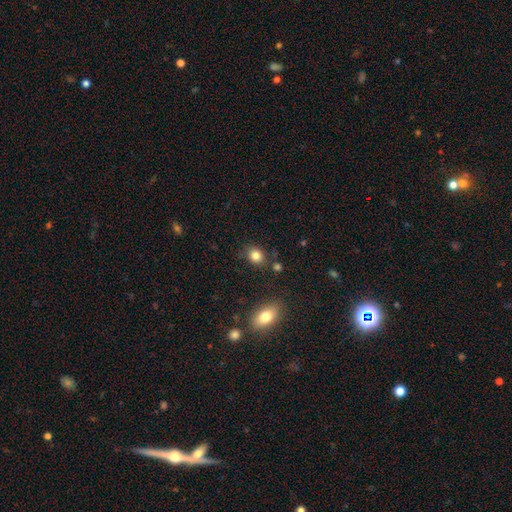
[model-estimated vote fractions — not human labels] Smooth or featured?
  - smooth: 84% *
  - star or artifact: 11%
  - featured or disk: 5%
How rounded?
  - round: 61% *
  - in between: 38%
  - cigar-shaped: 1%
Merging?
  - none: 78% *
  - minor disturbance: 13%
  - merger: 5%
  - major disturbance: 4%